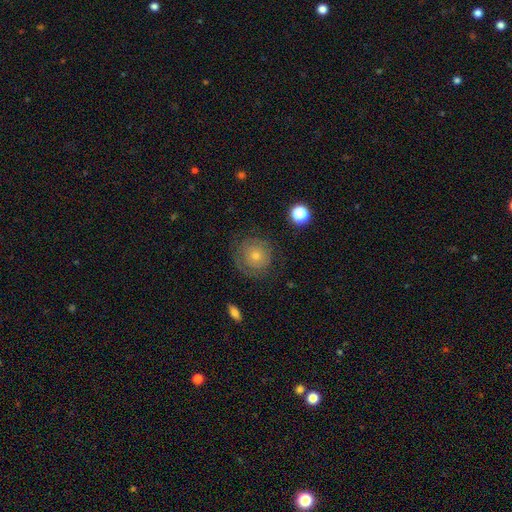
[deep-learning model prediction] Smooth or featured: smooth — 44% (featured or disk — 43%)
Merging: none — 79% (minor disturbance — 13%)